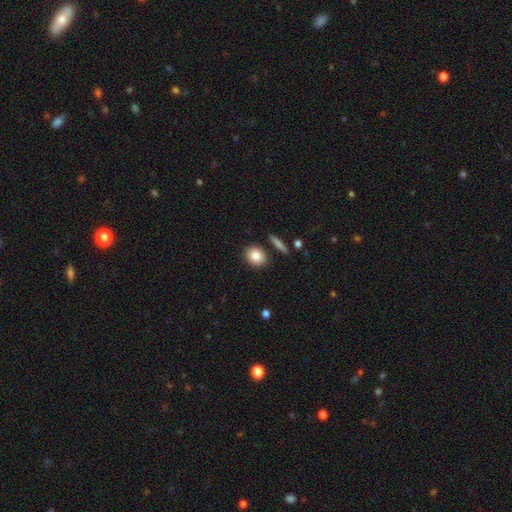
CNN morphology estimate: A smooth galaxy with no disk features (85%) that is round (57%).

Vote fractions:
- Smooth or featured? smooth: 85% / star or artifact: 8% / featured or disk: 8%
- How rounded? round: 57% / in between: 41% / cigar-shaped: 2%
- Merging? none: 83% / minor disturbance: 10% / merger: 5% / major disturbance: 2%